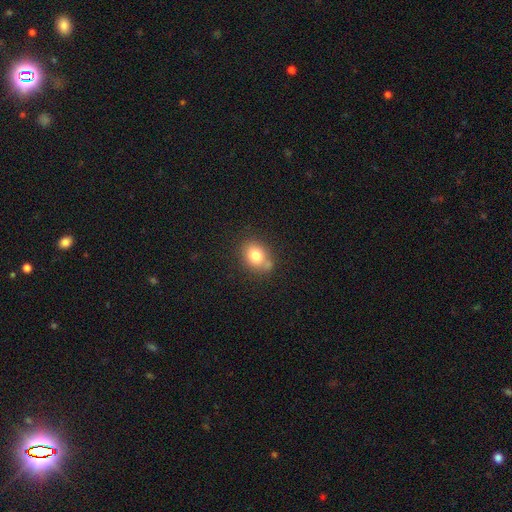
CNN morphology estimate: A smooth galaxy with no disk features (78%) that is round (55%). Merging: none (66%).